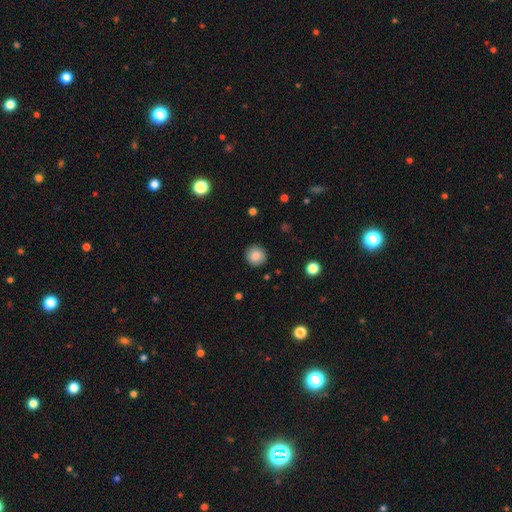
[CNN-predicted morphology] Smooth or featured? smooth (87%)
How rounded? round (94%)
Merging? none (91%)